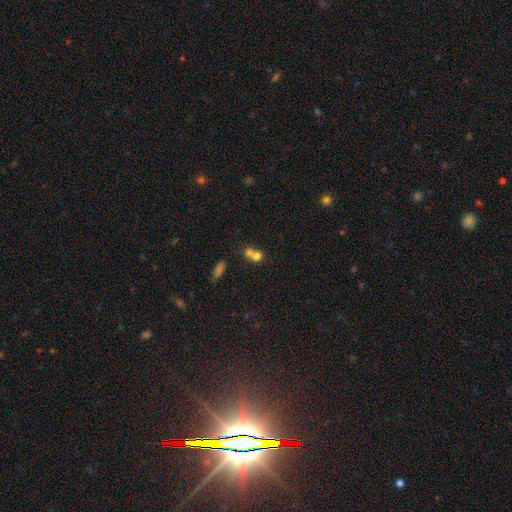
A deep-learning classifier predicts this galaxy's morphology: Smooth or featured? smooth (73%)
How rounded? round (71%)
Merging? merger (63%)